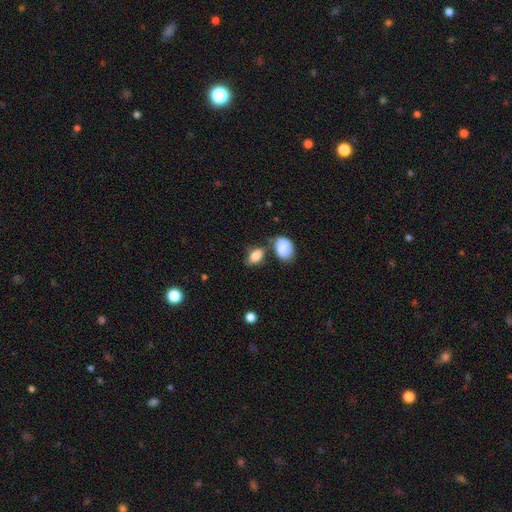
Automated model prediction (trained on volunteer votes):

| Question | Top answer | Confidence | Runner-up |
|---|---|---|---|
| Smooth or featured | smooth | 81% | featured or disk (11%) |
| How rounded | in between | 85% | round (12%) |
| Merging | none | 51% | minor disturbance (21%) |